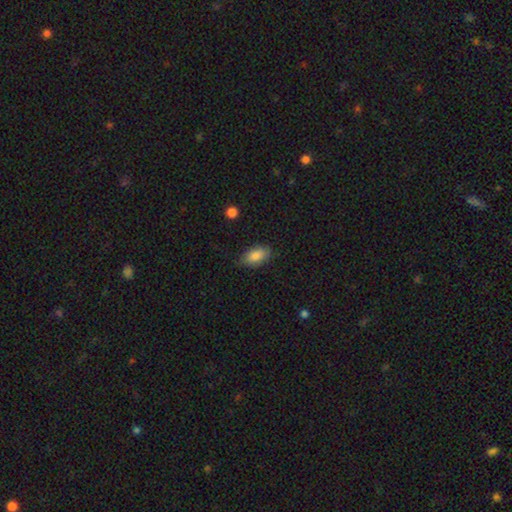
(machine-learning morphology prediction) Smooth or featured?
  - smooth: 86% *
  - featured or disk: 7%
  - star or artifact: 7%
How rounded?
  - in between: 92% *
  - round: 4%
  - cigar-shaped: 4%
Merging?
  - none: 79% *
  - minor disturbance: 17%
  - major disturbance: 3%
  - merger: 1%